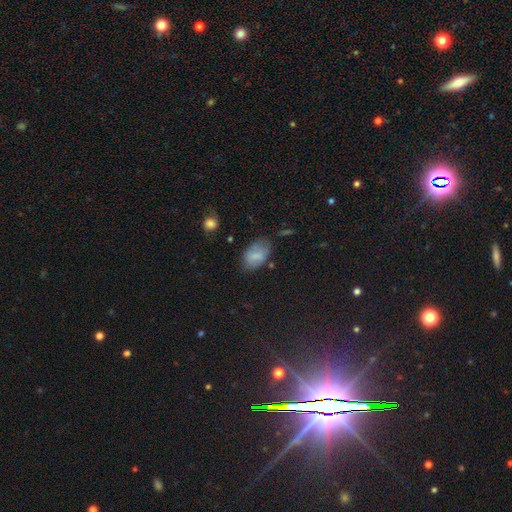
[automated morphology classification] Smooth or featured: smooth — 75% (featured or disk — 16%)
How rounded: in between — 91% (round — 8%)
Merging: none — 63% (minor disturbance — 26%)